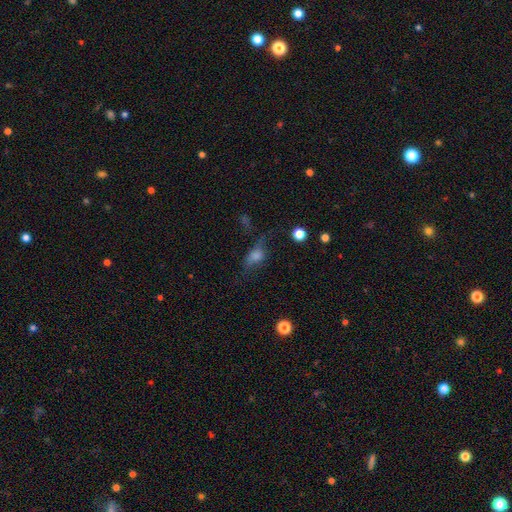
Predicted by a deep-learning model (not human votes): This appears to be a smooth galaxy with no disk features (57%) that is in between round and cigar-shaped (66%). Merging: none (41%).